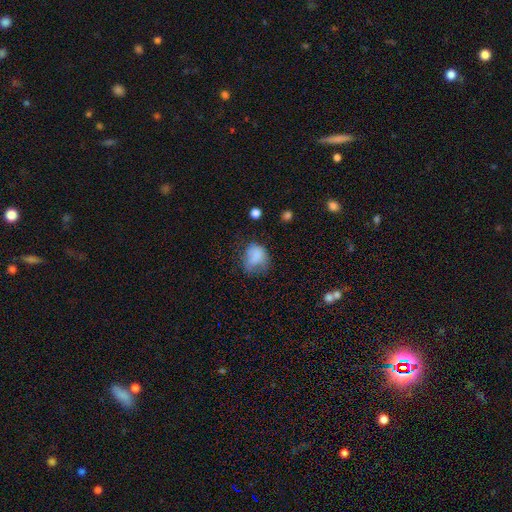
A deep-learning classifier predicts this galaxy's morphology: The model was most divided on "how rounded": in between: 51%, round: 48%, cigar-shaped: 1%. Remaining: smooth or featured — smooth (75%); merging — none (40%).